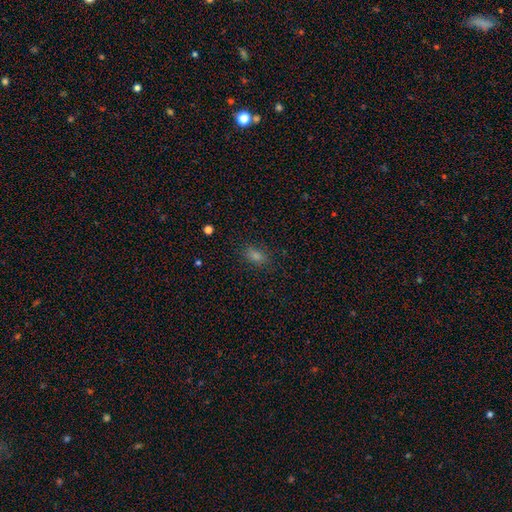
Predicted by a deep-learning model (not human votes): Smooth or featured?
  - smooth: 71% *
  - star or artifact: 22%
  - featured or disk: 7%
How rounded?
  - in between: 80% *
  - round: 15%
  - cigar-shaped: 5%
Merging?
  - none: 85% *
  - minor disturbance: 11%
  - major disturbance: 3%
  - merger: 1%